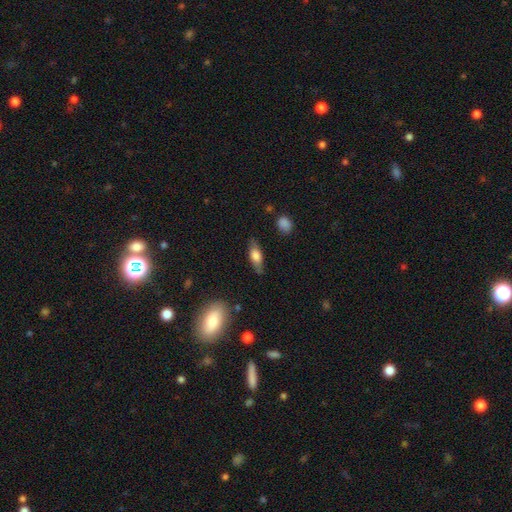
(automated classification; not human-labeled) A smooth galaxy with no disk features (61%) that is in between round and cigar-shaped (64%).

Vote fractions:
- Smooth or featured? smooth: 61% / featured or disk: 32% / star or artifact: 7%
- How rounded? in between: 64% / cigar-shaped: 32% / round: 4%
- Merging? none: 79% / minor disturbance: 16% / major disturbance: 4% / merger: 2%